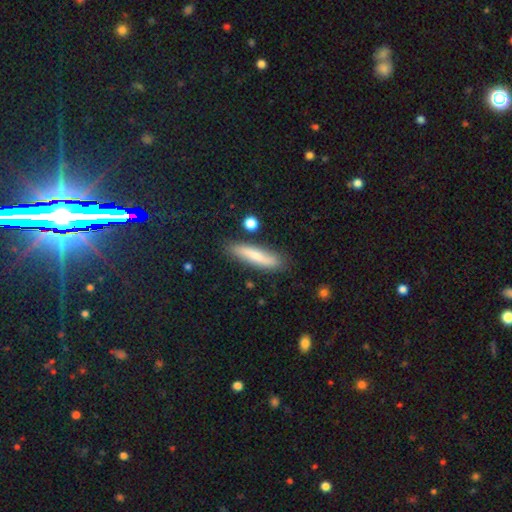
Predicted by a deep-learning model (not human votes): Smooth or featured: smooth — 67% (featured or disk — 26%)
How rounded: cigar-shaped — 80% (in between — 18%)
Merging: none — 82% (minor disturbance — 13%)